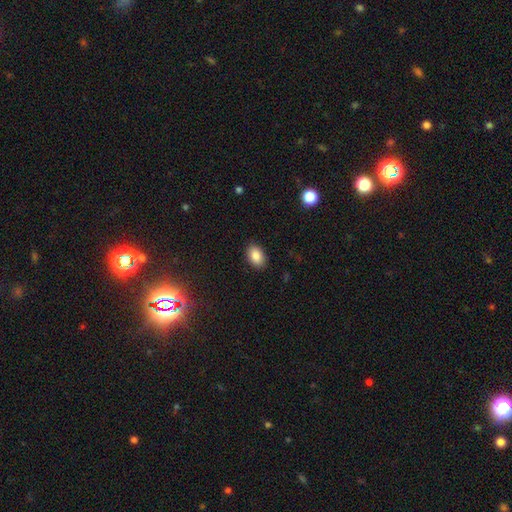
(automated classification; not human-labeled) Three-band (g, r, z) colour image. It shows a smooth galaxy with no disk features (86%) that is in between round and cigar-shaped (86%). Merging: none (89%).